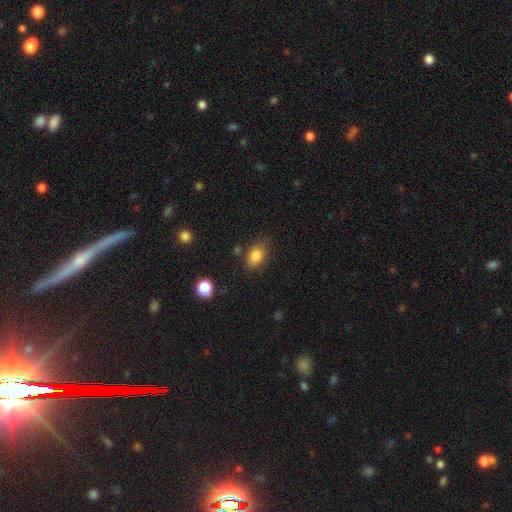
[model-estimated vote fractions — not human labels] A smooth galaxy with no disk features (84%) that is in between round and cigar-shaped (77%). Merging: none (73%).